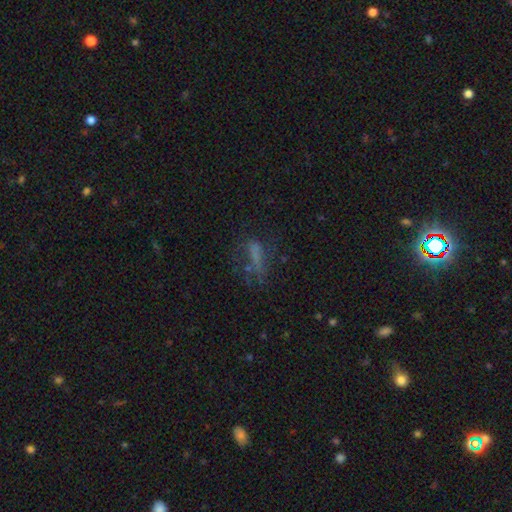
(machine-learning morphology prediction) This is possibly a smooth galaxy (47%). Merging: possibly none (45%).